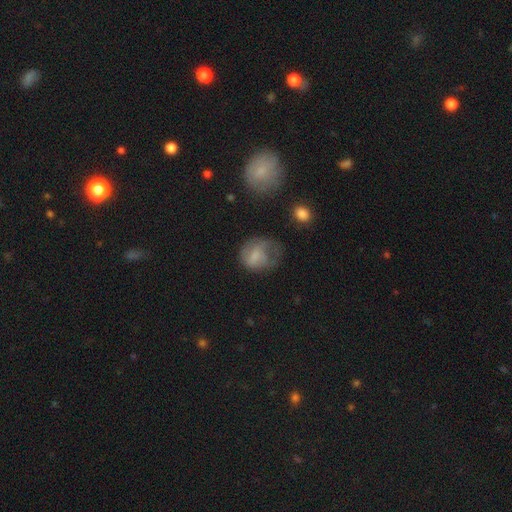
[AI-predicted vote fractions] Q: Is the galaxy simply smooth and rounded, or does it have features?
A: smooth — 60%.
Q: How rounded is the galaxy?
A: round — 58%.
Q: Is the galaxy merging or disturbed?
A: none — 35%.